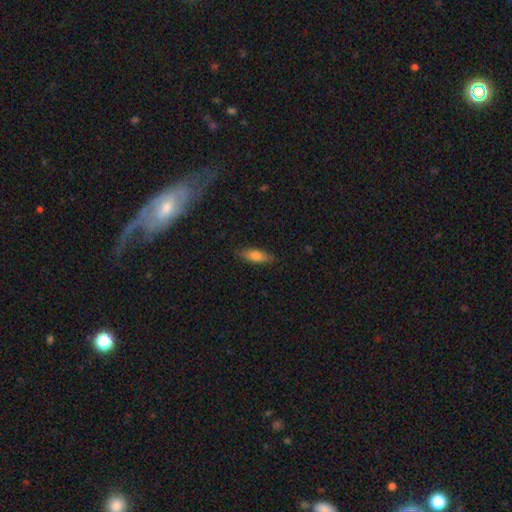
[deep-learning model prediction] Smooth or featured?
  - smooth: 75% *
  - featured or disk: 18%
  - star or artifact: 7%
How rounded?
  - in between: 62% *
  - cigar-shaped: 36%
  - round: 2%
Merging?
  - none: 83% *
  - minor disturbance: 13%
  - major disturbance: 3%
  - merger: 1%